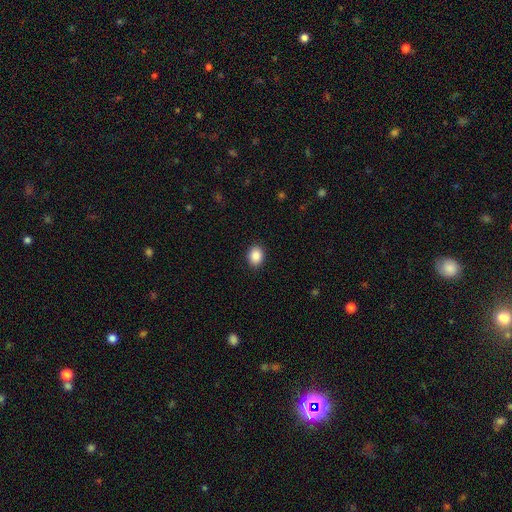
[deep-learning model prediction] Q: Smooth or featured?
A: smooth (88%); runner-up: star or artifact (8%)
Q: How rounded?
A: round (54%); runner-up: in between (45%)
Q: Merging?
A: none (90%); runner-up: minor disturbance (7%)